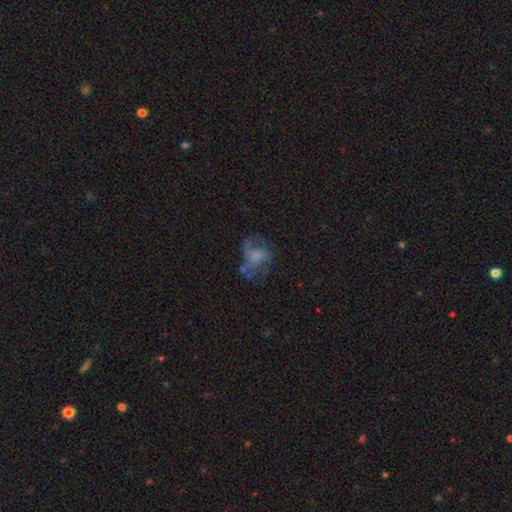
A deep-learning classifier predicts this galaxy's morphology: A featured or disk galaxy (56%) with no bar (74%), spiral arms (65%) and no central bulge (47%). Merging: none (39%).